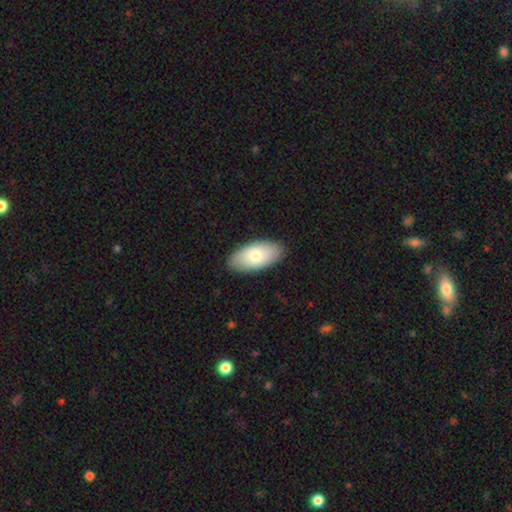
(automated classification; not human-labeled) The model was most divided on "smooth or featured": smooth: 72%, featured or disk: 23%, star or artifact: 5%. More confident: how rounded — in between (93%); merging — none (87%).